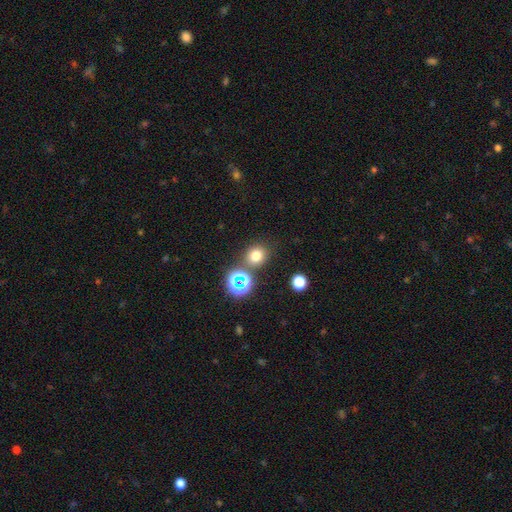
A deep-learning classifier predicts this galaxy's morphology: smooth_or_featured: smooth (p=0.72) [alt: star or artifact p=0.22]
how_rounded: round (p=0.79) [alt: in between p=0.20]
merging: none (p=0.78) [alt: merger p=0.10]